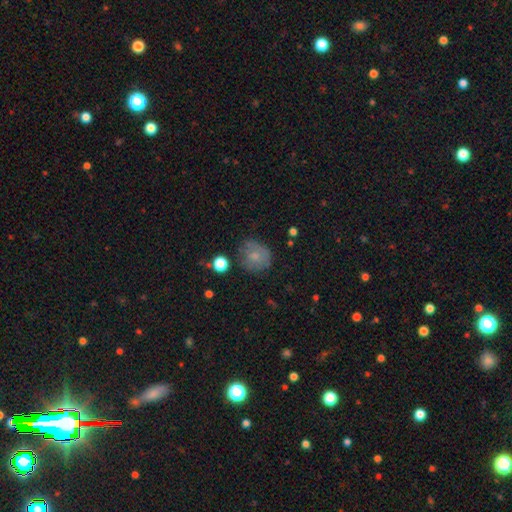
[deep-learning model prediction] Smooth or featured: smooth — 72% (featured or disk — 18%)
How rounded: round — 79% (in between — 20%)
Merging: none — 62% (minor disturbance — 25%)